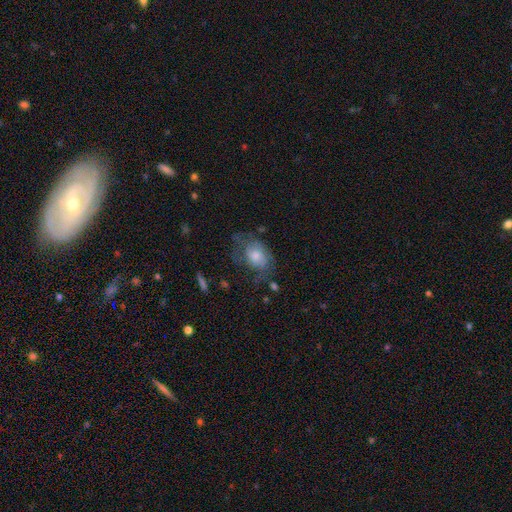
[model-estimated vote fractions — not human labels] The model was most divided on "smooth or featured" (2-way tie): smooth: 45%, featured or disk: 45%, star or artifact: 10%. Remaining: merging — none (45%).